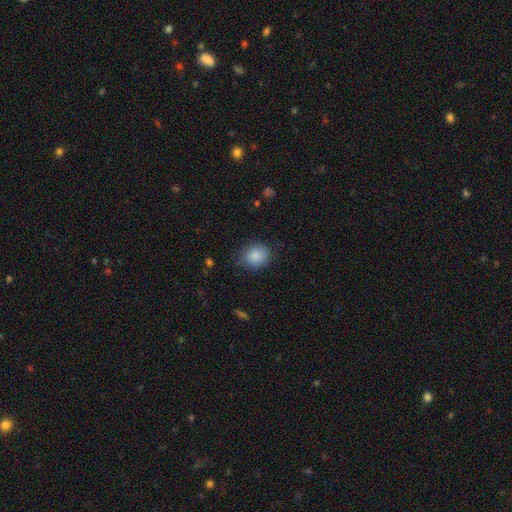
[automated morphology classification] Smooth or featured? Predicted: smooth (p=0.86). How rounded? Predicted: round (p=0.72). Merging? Predicted: none (p=0.77).